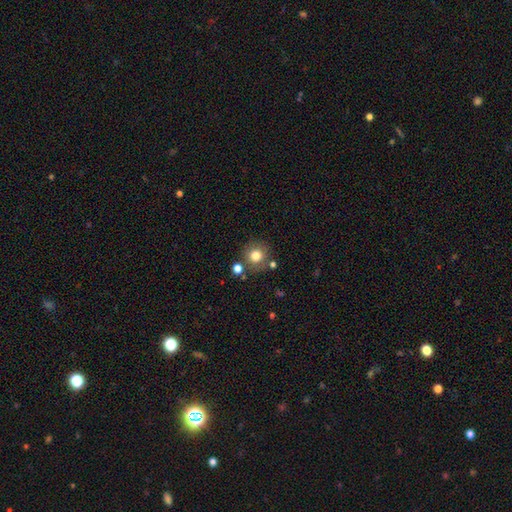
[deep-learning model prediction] smooth-or-featured: smooth: 78% | star or artifact: 12% | featured or disk: 10%
  how-rounded: round: 92% | in between: 8% | cigar-shaped: 1%
  merging: none: 78% | minor disturbance: 10% | merger: 8% | major disturbance: 4%